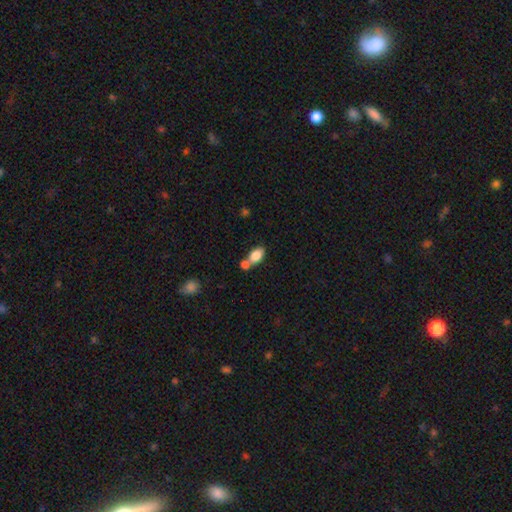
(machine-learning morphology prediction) Overall: smooth (84%). How rounded: in between (87%). Merging: none (43%, tied with merger).